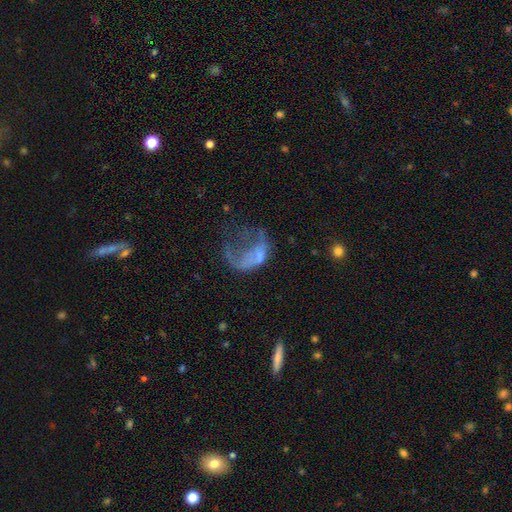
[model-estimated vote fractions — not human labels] Morphology: type=featured or disk (53%); edge-on=no (98%); bar=no (88%); spiral arms=no (83%); bulge=none (71%); merging=major disturbance (62%).